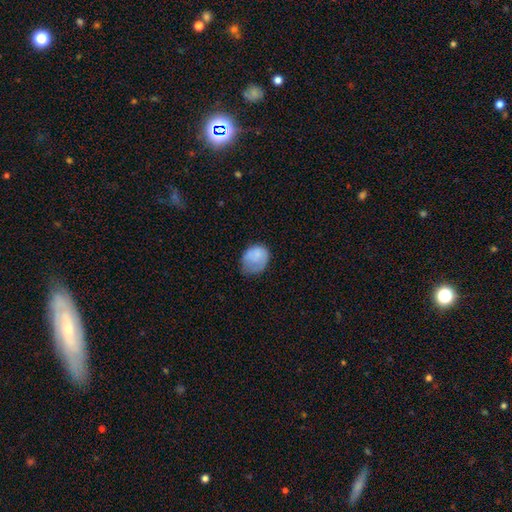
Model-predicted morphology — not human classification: Smooth or featured: smooth — 78% (featured or disk — 15%)
How rounded: in between — 52% (round — 47%)
Merging: minor disturbance — 42% (none — 34%)